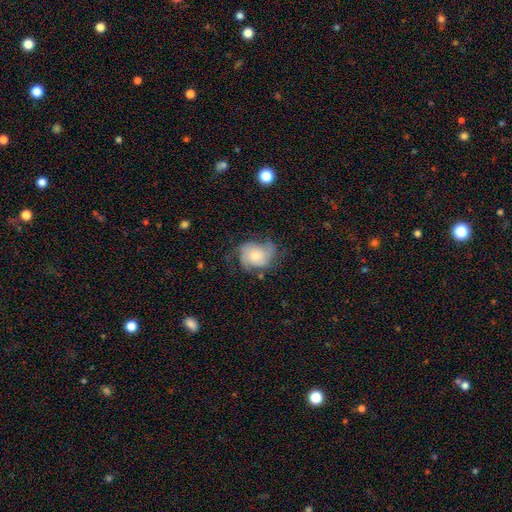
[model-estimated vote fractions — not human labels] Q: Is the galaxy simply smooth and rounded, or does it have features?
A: featured or disk — 52%.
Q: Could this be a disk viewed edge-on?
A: no — 97%.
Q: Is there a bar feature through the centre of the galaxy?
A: no — 78%.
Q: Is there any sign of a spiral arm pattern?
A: yes — 81%.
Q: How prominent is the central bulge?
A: moderate — 49%.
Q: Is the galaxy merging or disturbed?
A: none — 49%.